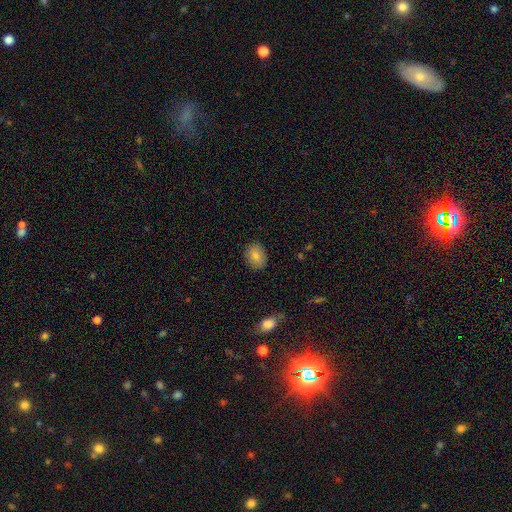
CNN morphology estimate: A smooth galaxy with no disk features (81%) that is in between round and cigar-shaped (64%). Merging: none (86%).